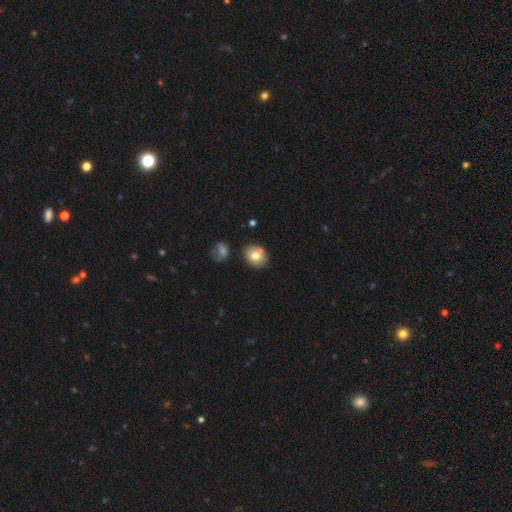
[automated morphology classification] A smooth galaxy with no disk features (77%) that is round (56%). Merging: none (75%).